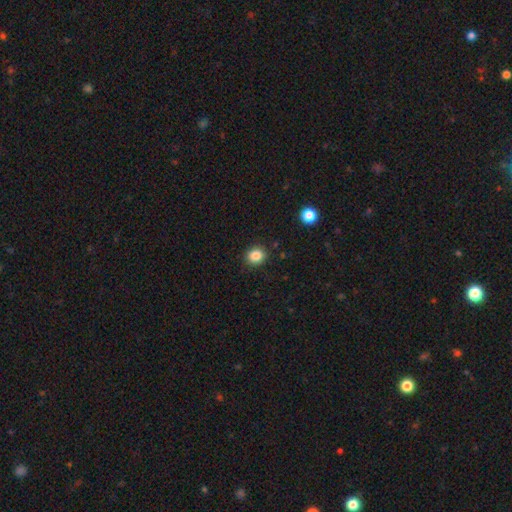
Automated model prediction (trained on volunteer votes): Overall: smooth (85%). How rounded: round (74%). Merging: none (90%).